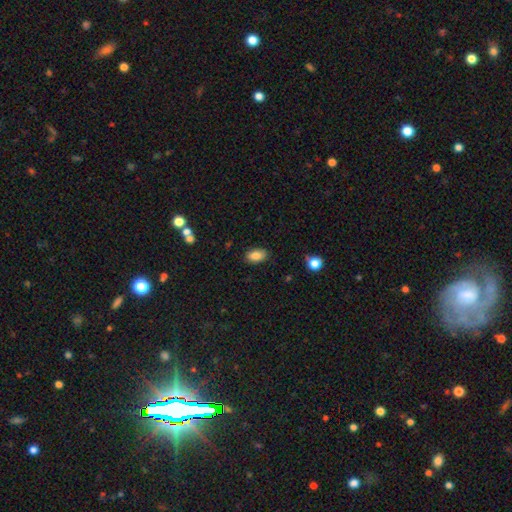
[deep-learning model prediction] Morphology: type=smooth (84%); roundness=in between (91%); merging=none (87%).